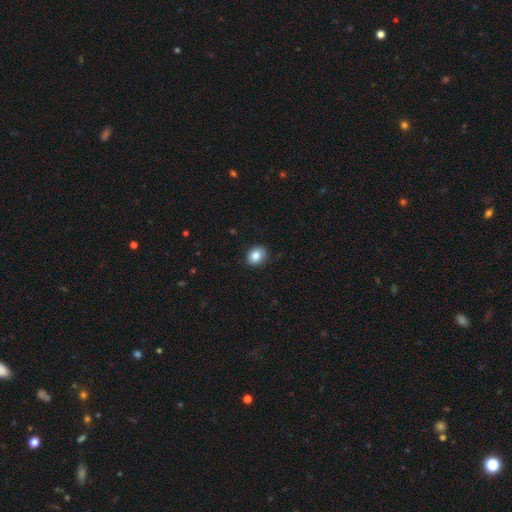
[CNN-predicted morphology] Smooth or featured? Predicted: smooth (p=0.84). How rounded? Predicted: round (p=0.52). Merging? Predicted: none (p=0.82).